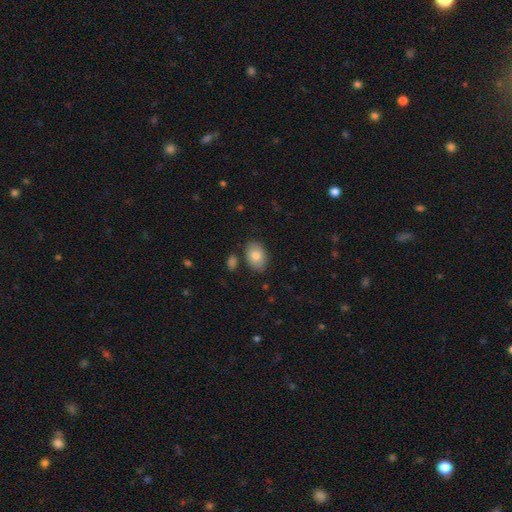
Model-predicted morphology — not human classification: Smooth or featured? smooth (81%)
How rounded? in between (83%)
Merging? none (82%)